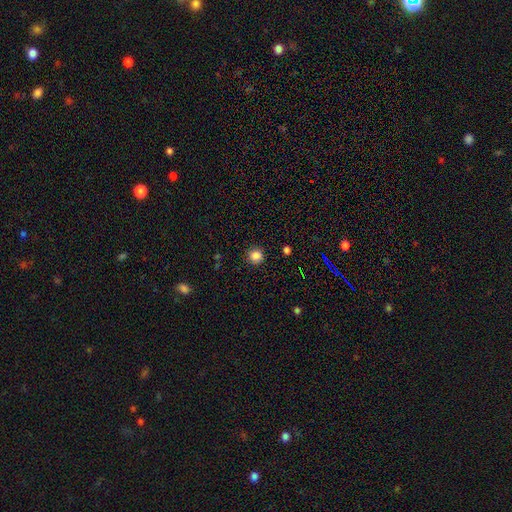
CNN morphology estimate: This is clearly a smooth galaxy (85%). How rounded: clearly round (93%). Merging: clearly none (90%).